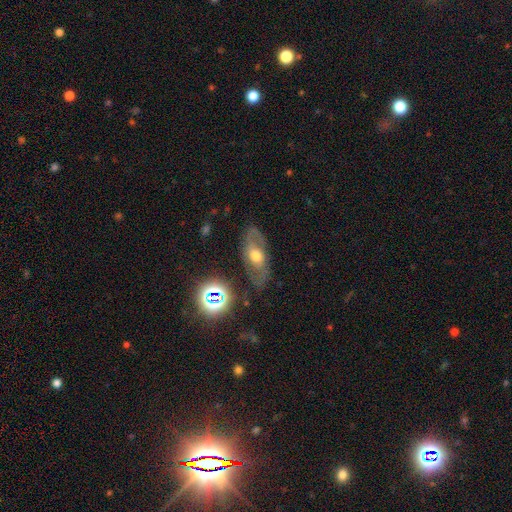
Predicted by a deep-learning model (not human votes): This appears to be a featured or disk galaxy (57%). Merging: none (71%).